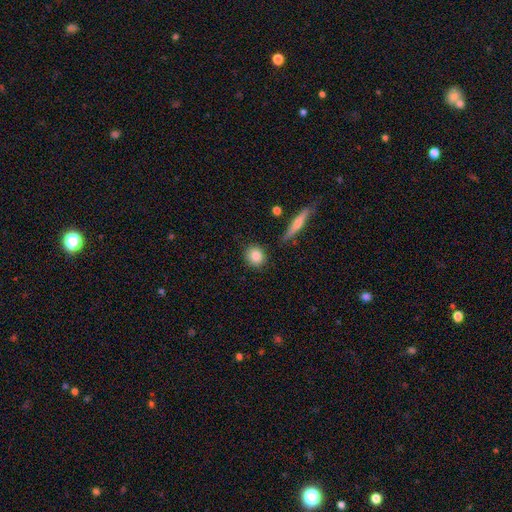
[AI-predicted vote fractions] smooth 84%, featured or disk 8%, star or artifact 8%. Down the decision tree: how rounded — round (81%); merging — none (86%).